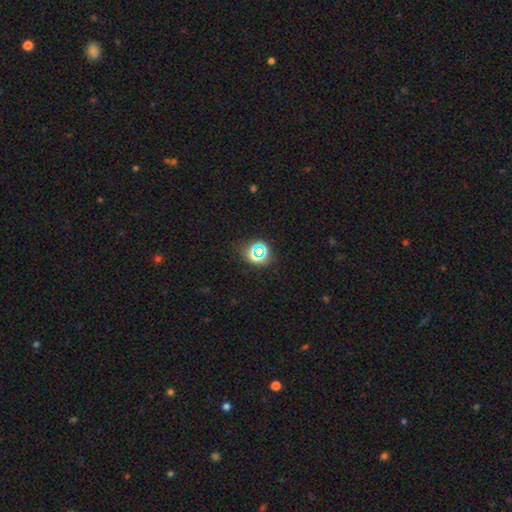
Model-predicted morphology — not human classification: Smooth or featured? star or artifact (60%)